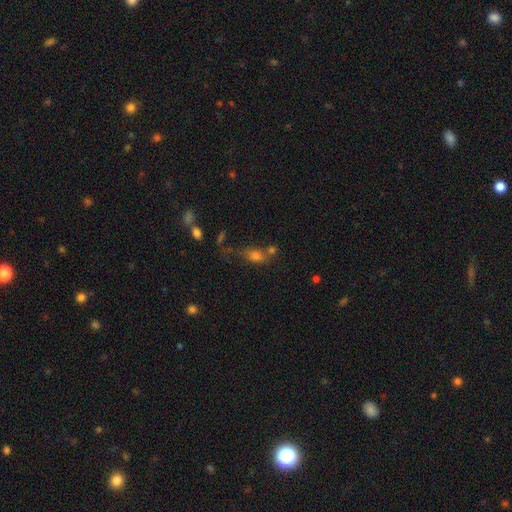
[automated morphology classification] Q: Smooth or featured?
A: smooth (69%); runner-up: star or artifact (16%)
Q: How rounded?
A: in between (61%); runner-up: round (32%)
Q: Merging?
A: none (38%); runner-up: merger (29%)